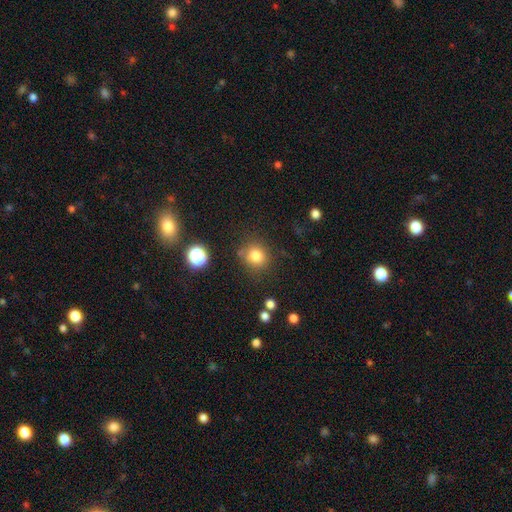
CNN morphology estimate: A smooth galaxy with no disk features (79%) that is round (86%). Merging: none (78%).